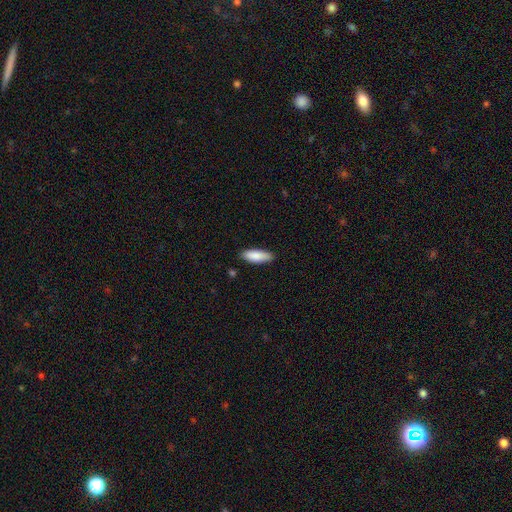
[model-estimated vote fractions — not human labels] Smooth or featured?
  - smooth: 87% *
  - featured or disk: 7%
  - star or artifact: 6%
How rounded?
  - in between: 64% *
  - cigar-shaped: 35%
  - round: 2%
Merging?
  - none: 85% *
  - minor disturbance: 12%
  - major disturbance: 2%
  - merger: 1%